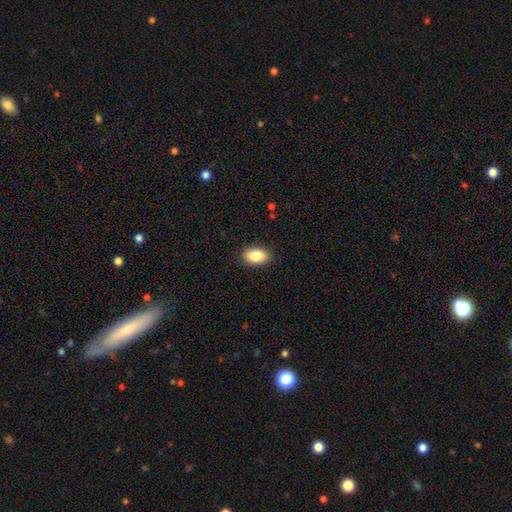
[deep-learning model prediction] Q: Smooth or featured?
A: smooth (85%); runner-up: featured or disk (8%)
Q: How rounded?
A: in between (92%); runner-up: round (6%)
Q: Merging?
A: none (89%); runner-up: minor disturbance (8%)